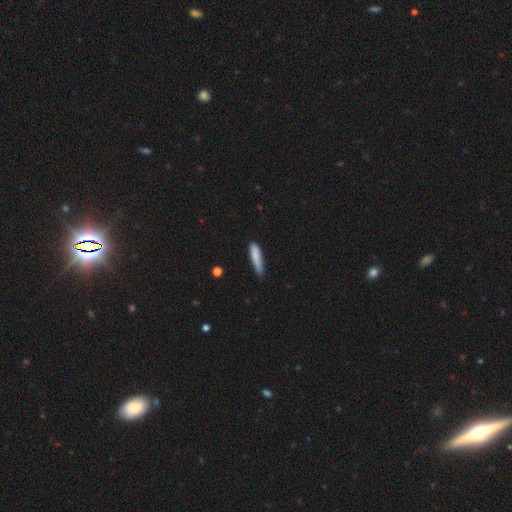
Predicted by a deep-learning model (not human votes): Smooth or featured?
  - smooth: 80% *
  - featured or disk: 13%
  - star or artifact: 7%
How rounded?
  - cigar-shaped: 82% *
  - in between: 17%
  - round: 2%
Merging?
  - none: 59% *
  - minor disturbance: 33%
  - major disturbance: 6%
  - merger: 3%